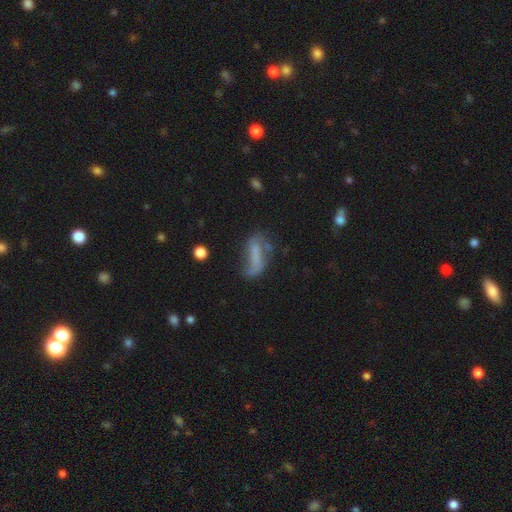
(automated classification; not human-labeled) This appears to be a featured or disk galaxy (49%). Merging: none (37%).